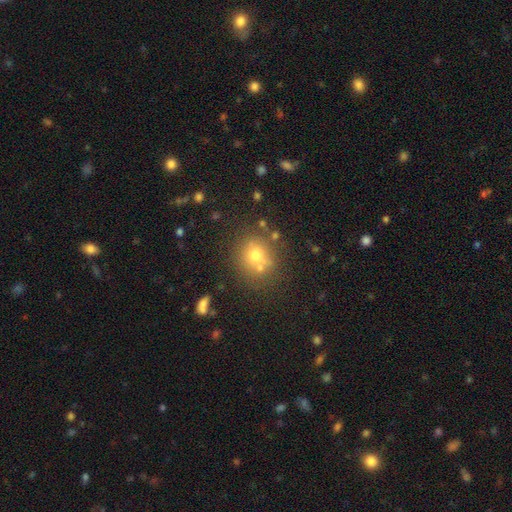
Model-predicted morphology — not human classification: A smooth galaxy with no disk features (67%) that is round (84%). Merging: none (64%).